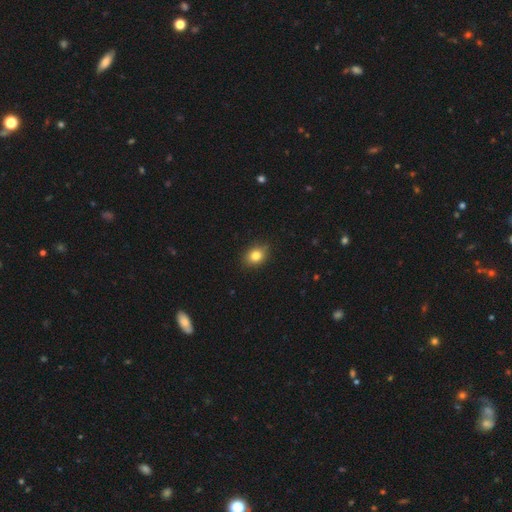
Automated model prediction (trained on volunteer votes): This appears to be a smooth galaxy with no disk features (82%) that is in between round and cigar-shaped (52%). Merging: none (86%).